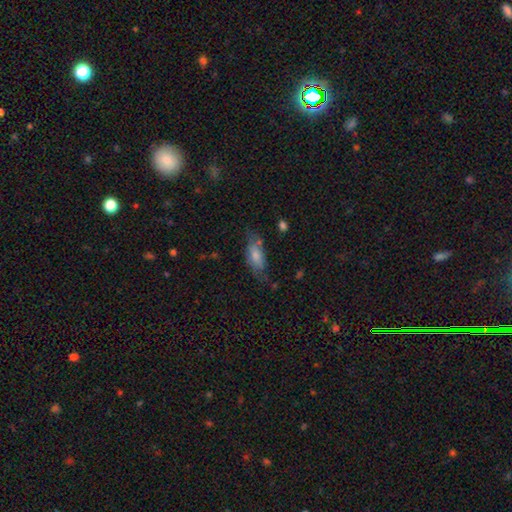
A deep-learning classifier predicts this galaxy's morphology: The model was most divided on "merging": none: 53%, minor disturbance: 29%, major disturbance: 14%, merger: 5%. More confident: how rounded — in between (82%); smooth or featured — smooth (66%).